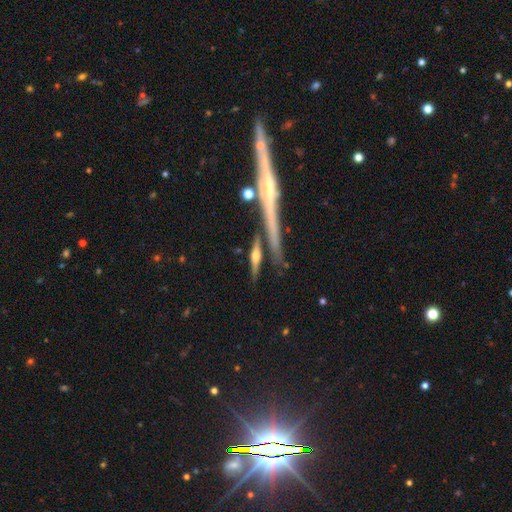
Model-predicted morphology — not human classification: featured or disk 58%, smooth 32%, star or artifact 9%. Down the decision tree: edge-on disk — yes (92%); edge-on bulge — rounded (74%); merging — none (71%).